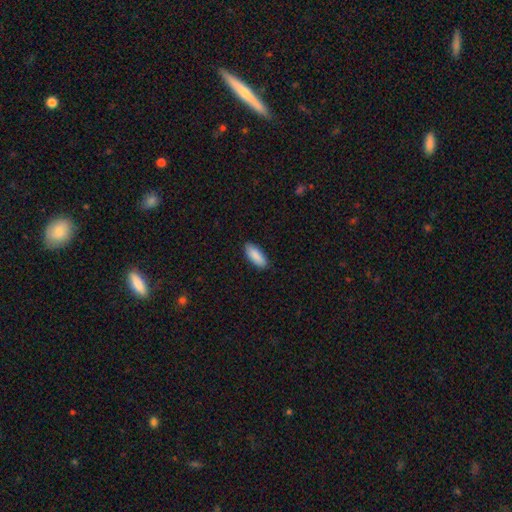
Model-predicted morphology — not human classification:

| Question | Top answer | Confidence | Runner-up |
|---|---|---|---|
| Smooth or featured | smooth | 90% | star or artifact (5%) |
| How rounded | in between | 74% | cigar-shaped (25%) |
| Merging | none | 89% | minor disturbance (8%) |